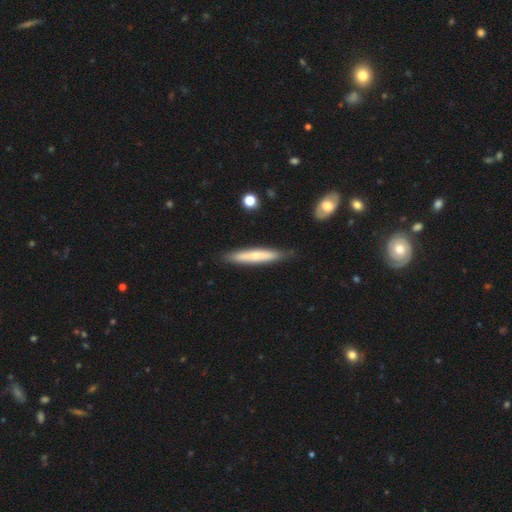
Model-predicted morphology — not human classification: This appears to be a smooth galaxy with no disk features (60%) that is cigar-shaped (91%). Merging: none (84%).